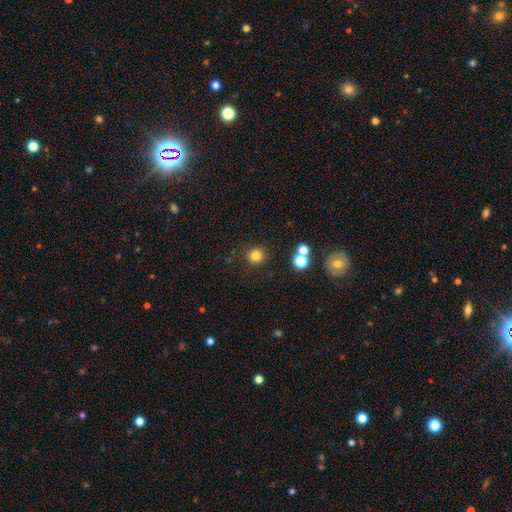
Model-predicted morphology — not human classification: A smooth galaxy with no disk features (80%) that is round (92%).

Vote fractions:
- Smooth or featured? smooth: 80% / star or artifact: 14% / featured or disk: 6%
- How rounded? round: 92% / in between: 7% / cigar-shaped: 1%
- Merging? none: 87% / minor disturbance: 6% / merger: 3% / major disturbance: 3%